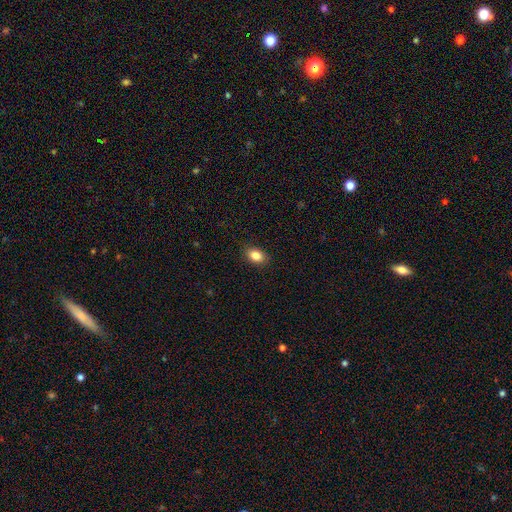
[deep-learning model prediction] The model was most divided on "how rounded": in between: 81%, round: 18%, cigar-shaped: 1%. More confident: merging — none (88%); smooth or featured — smooth (86%).